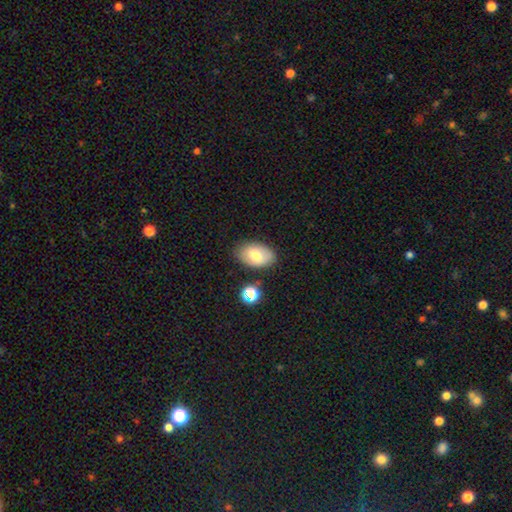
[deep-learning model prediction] Smooth or featured? Predicted: smooth (p=0.73). How rounded? Predicted: in between (p=0.90). Merging? Predicted: none (p=0.81).